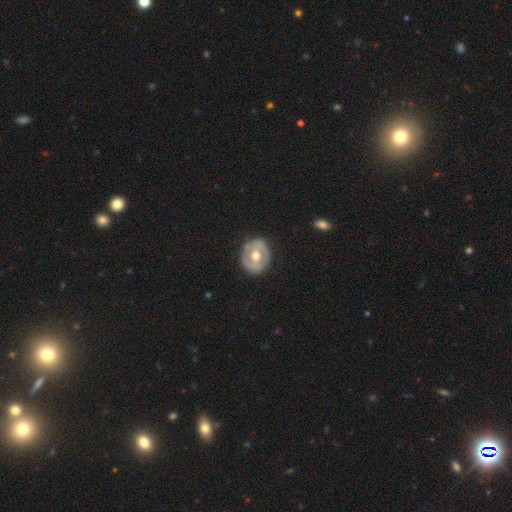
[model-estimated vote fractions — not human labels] This appears to be a featured or disk galaxy (60%) with no bar (58%), no spiral arms (72%) and a moderate central bulge (82%). Merging: none (82%).